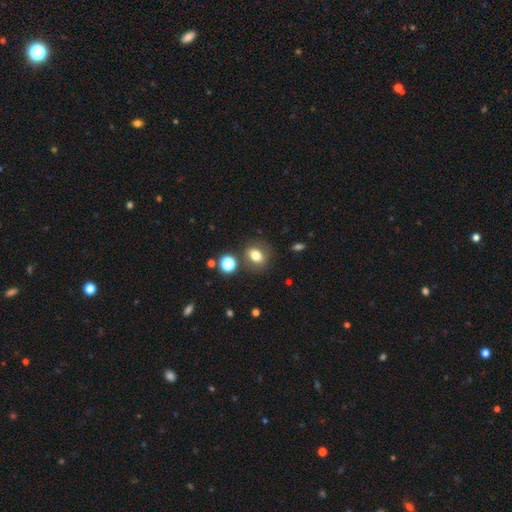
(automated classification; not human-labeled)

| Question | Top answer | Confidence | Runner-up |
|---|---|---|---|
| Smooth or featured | smooth | 74% | featured or disk (13%) |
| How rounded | in between | 57% | round (41%) |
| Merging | none | 77% | minor disturbance (12%) |